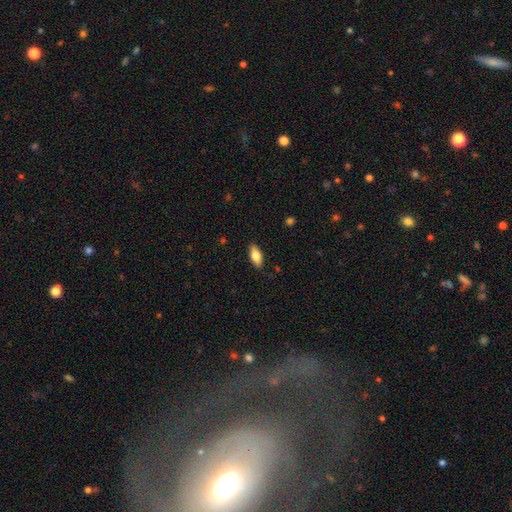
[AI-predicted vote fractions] Smooth or featured?
  - smooth: 78% *
  - featured or disk: 15%
  - star or artifact: 6%
How rounded?
  - in between: 83% *
  - cigar-shaped: 14%
  - round: 2%
Merging?
  - none: 88% *
  - minor disturbance: 9%
  - major disturbance: 2%
  - merger: 1%